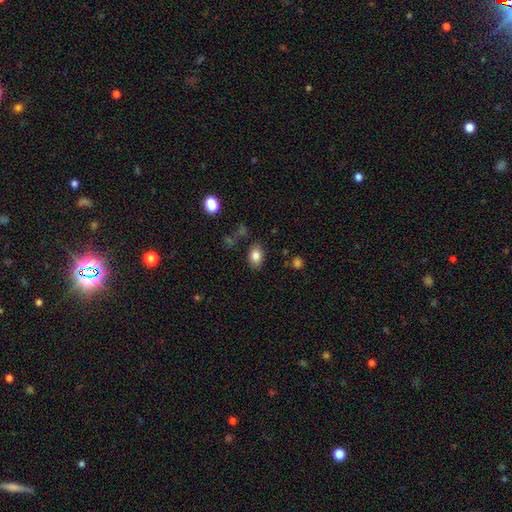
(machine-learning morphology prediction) Q: Smooth or featured?
A: smooth (83%); runner-up: star or artifact (9%)
Q: How rounded?
A: in between (75%); runner-up: round (23%)
Q: Merging?
A: none (80%); runner-up: minor disturbance (13%)